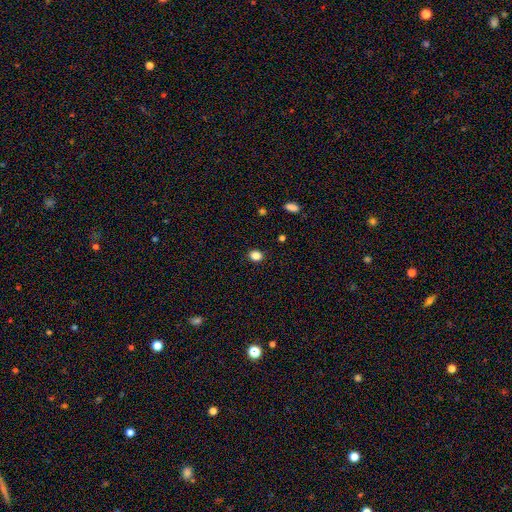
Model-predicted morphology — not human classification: smooth 85%, star or artifact 12%, featured or disk 4%. Down the decision tree: how rounded — round (57%); merging — none (89%).